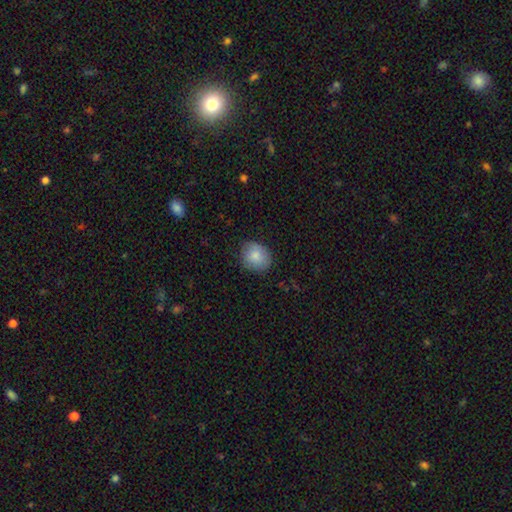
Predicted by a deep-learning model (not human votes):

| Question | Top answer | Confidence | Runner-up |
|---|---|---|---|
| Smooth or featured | smooth | 85% | featured or disk (8%) |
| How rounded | round | 64% | in between (35%) |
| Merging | none | 80% | minor disturbance (16%) |